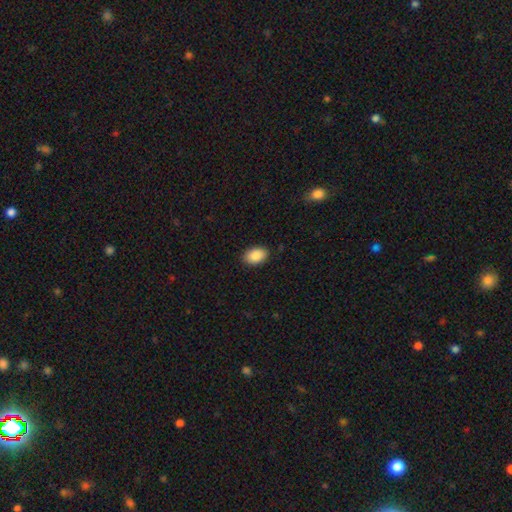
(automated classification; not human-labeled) smooth 87%, star or artifact 7%, featured or disk 5%. Down the decision tree: how rounded — in between (87%); merging — none (88%).